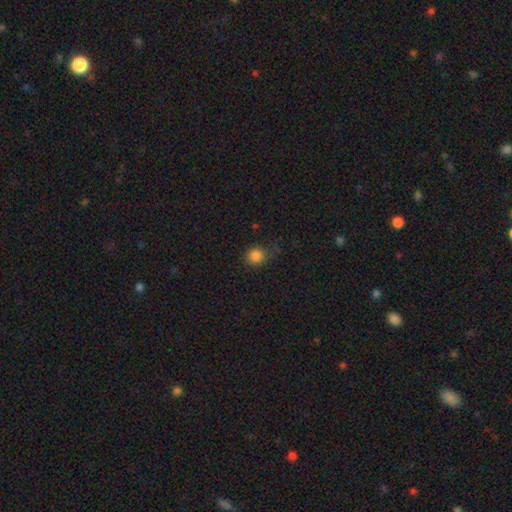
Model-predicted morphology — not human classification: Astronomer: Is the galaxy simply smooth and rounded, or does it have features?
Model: smooth — 83%.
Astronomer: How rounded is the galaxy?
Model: round — 85%.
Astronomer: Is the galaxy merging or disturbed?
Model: none — 60%.